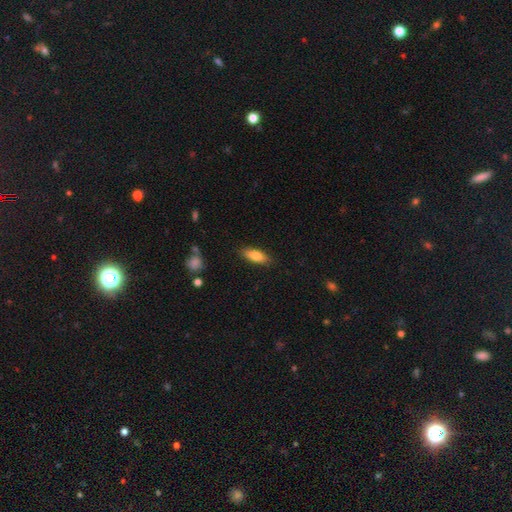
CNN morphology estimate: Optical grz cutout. It shows a smooth galaxy with no disk features (79%) that is in between round and cigar-shaped (67%). Merging: none (86%).